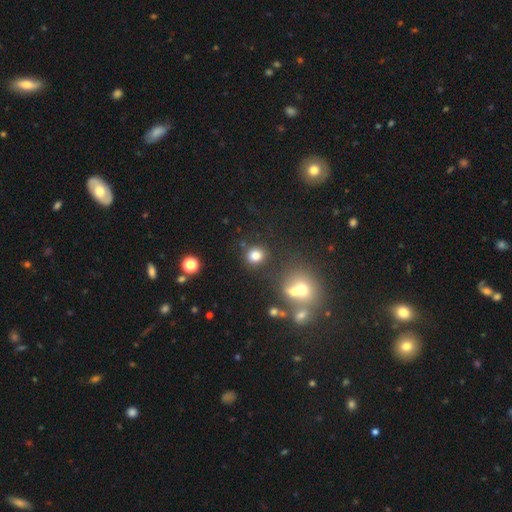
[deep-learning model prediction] A smooth galaxy with no disk features (80%) that is round (76%).

Vote fractions:
- Smooth or featured? smooth: 80% / star or artifact: 14% / featured or disk: 7%
- How rounded? round: 76% / in between: 23% / cigar-shaped: 1%
- Merging? none: 81% / minor disturbance: 9% / merger: 7% / major disturbance: 4%